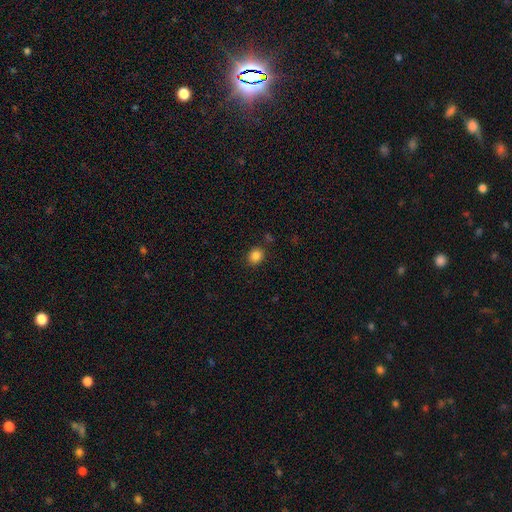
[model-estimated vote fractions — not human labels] This is clearly a smooth galaxy (85%). How rounded: likely round (70%). Merging: clearly none (85%).